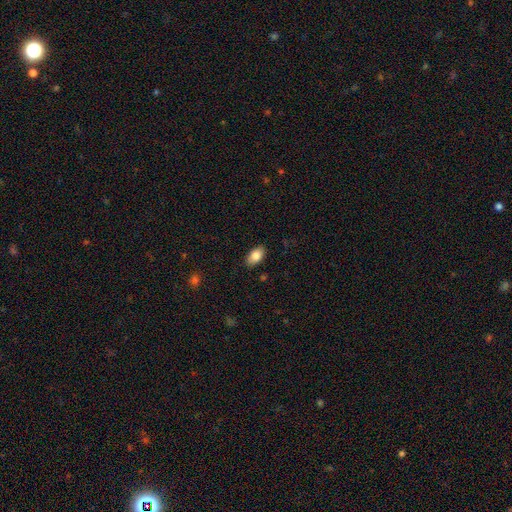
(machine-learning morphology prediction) smooth-or-featured: smooth: 84% | featured or disk: 9% | star or artifact: 7%
  how-rounded: in between: 92% | round: 6% | cigar-shaped: 2%
  merging: none: 87% | minor disturbance: 10% | major disturbance: 2% | merger: 1%